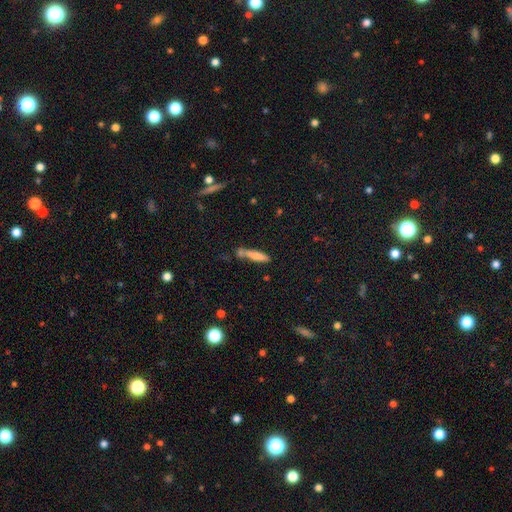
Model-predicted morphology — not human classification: smooth-or-featured: smooth: 74% | featured or disk: 18% | star or artifact: 7%
  how-rounded: cigar-shaped: 84% | in between: 15% | round: 2%
  merging: none: 54% | merger: 20% | minor disturbance: 19% | major disturbance: 7%